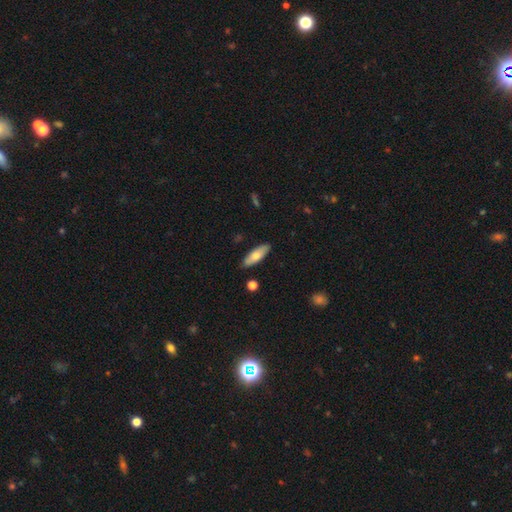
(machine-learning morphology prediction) This appears to be a smooth galaxy with no disk features (68%) that is in between round and cigar-shaped (53%). Merging: none (86%).